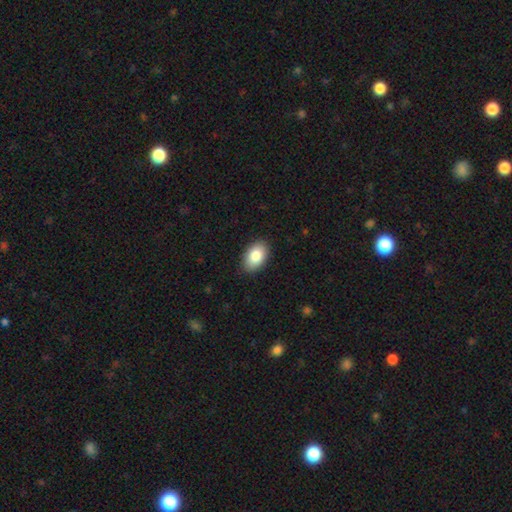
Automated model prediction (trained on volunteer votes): Overall: smooth (85%). How rounded: in between (91%). Merging: none (89%).